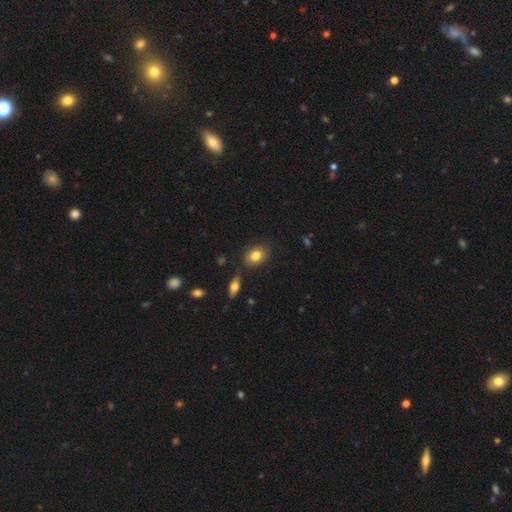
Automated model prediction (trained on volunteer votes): A smooth galaxy with no disk features (81%) that is in between round and cigar-shaped (69%).

Vote fractions:
- Smooth or featured? smooth: 81% / featured or disk: 11% / star or artifact: 8%
- How rounded? in between: 69% / round: 30% / cigar-shaped: 1%
- Merging? none: 82% / minor disturbance: 11% / merger: 4% / major disturbance: 3%